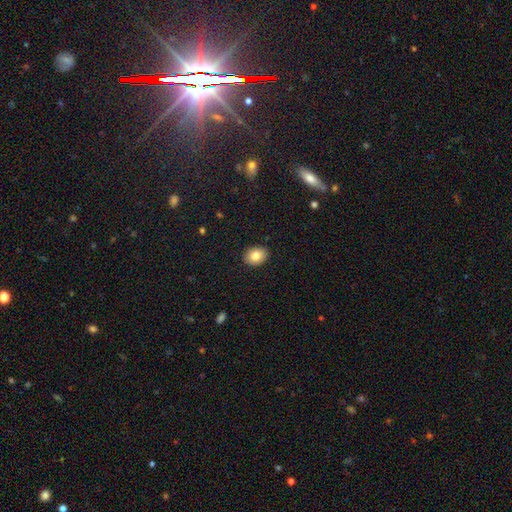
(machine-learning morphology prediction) A smooth galaxy with no disk features (82%) that is in between round and cigar-shaped (54%). Merging: none (90%).